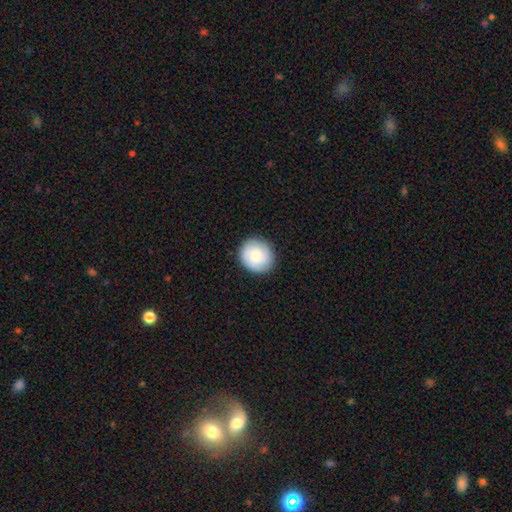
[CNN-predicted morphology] Smooth or featured: smooth — 72% (featured or disk — 21%)
How rounded: round — 85% (in between — 14%)
Merging: none — 88% (minor disturbance — 9%)